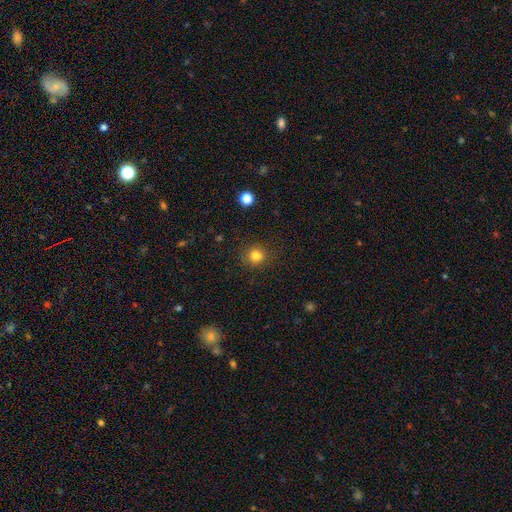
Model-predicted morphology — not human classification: smooth 82%, star or artifact 13%, featured or disk 5%. Down the decision tree: how rounded — round (84%); merging — none (86%).